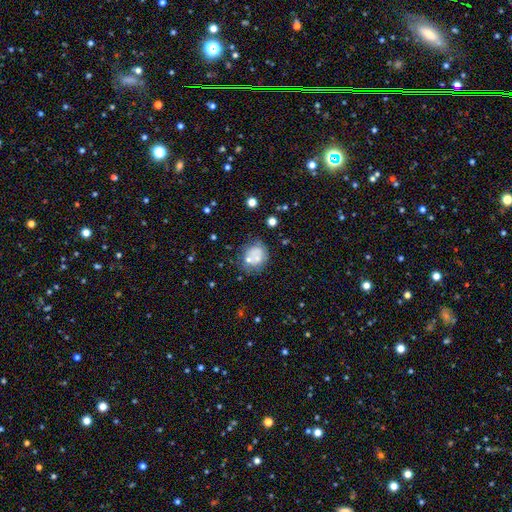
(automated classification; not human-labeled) This is possibly a smooth galaxy (56%). How rounded: likely round (66%). Merging: possibly none (46%).